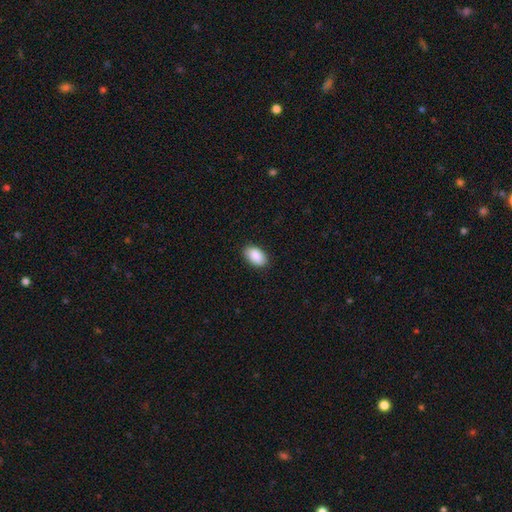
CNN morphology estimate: Smooth or featured: smooth — 90% (star or artifact — 6%)
How rounded: in between — 94% (round — 5%)
Merging: none — 89% (minor disturbance — 8%)